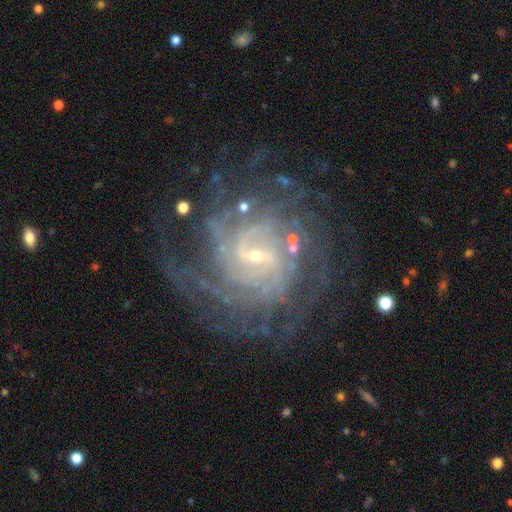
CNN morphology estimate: This is clearly a featured or disk galaxy (90%). It is clearly not viewed edge-on (98%). Bar: possibly weak (54%). Spiral arm pattern: clearly yes (98%). Spiral arm count: marginally can't tell (28%). Spiral winding: likely tight (71%). Central bulge: likely small (80%). Merging: likely none (75%).